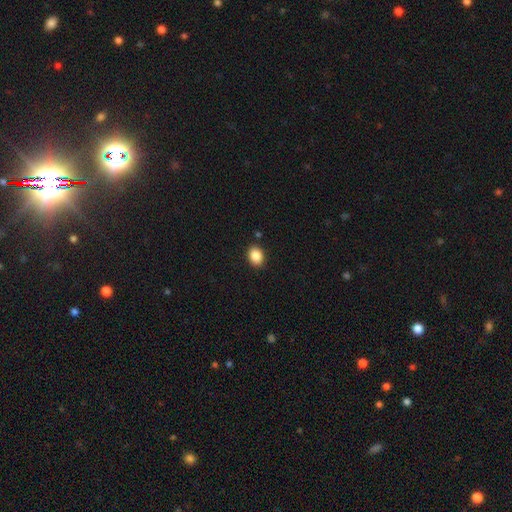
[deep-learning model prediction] This is clearly a smooth galaxy (87%). How rounded: likely in between (61%). Merging: clearly none (88%).